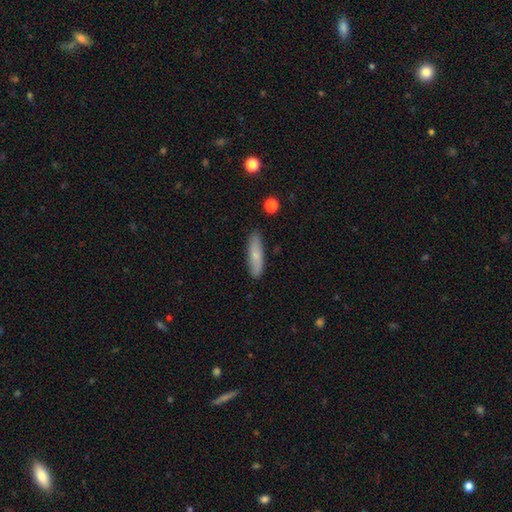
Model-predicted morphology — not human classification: type=smooth (76%); roundness=cigar-shaped (70%); merging=none (86%).